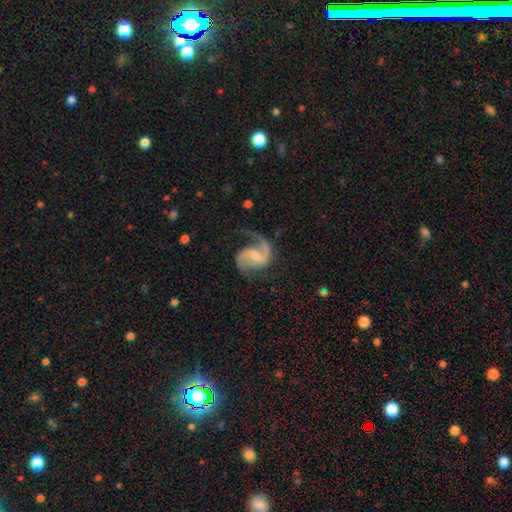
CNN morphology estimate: Q: Smooth or featured?
A: featured or disk (91%); runner-up: smooth (5%)
Q: Edge-on disk?
A: no (98%); runner-up: yes (2%)
Q: Bar?
A: weak (49%); runner-up: no (36%)
Q: Spiral arms?
A: yes (98%); runner-up: no (2%)
Q: Spiral winding?
A: medium (53%); runner-up: loose (35%)
Q: Spiral arm count?
A: 2 (82%); runner-up: 1 (13%)
Q: Bulge size?
A: small (44%); runner-up: moderate (41%)
Q: Merging?
A: none (64%); runner-up: minor disturbance (19%)